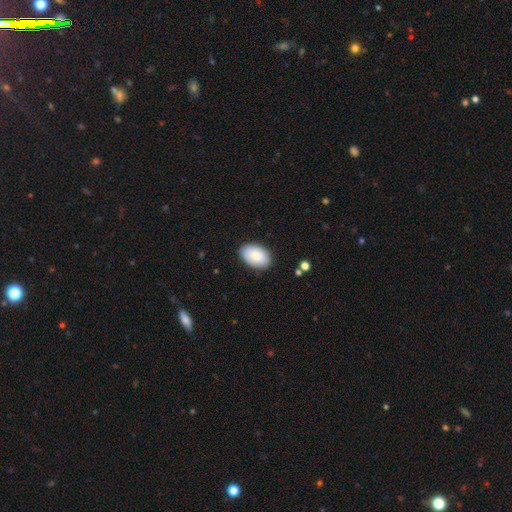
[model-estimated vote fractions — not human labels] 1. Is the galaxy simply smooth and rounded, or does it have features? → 83% smooth, 11% featured or disk, 6% star or artifact.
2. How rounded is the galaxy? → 91% in between, 8% round, 1% cigar-shaped.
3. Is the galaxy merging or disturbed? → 86% none, 11% minor disturbance, 2% major disturbance, 1% merger.